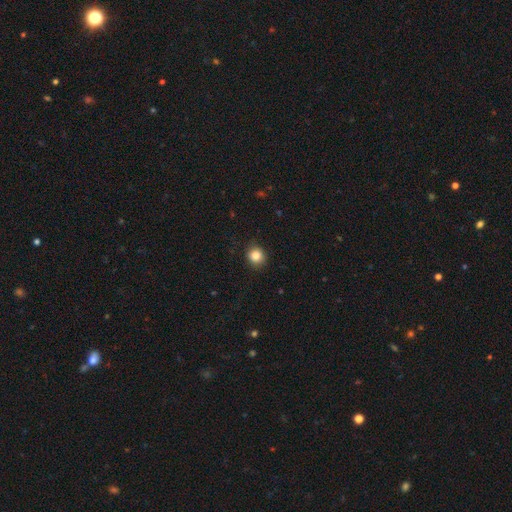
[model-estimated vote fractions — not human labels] smooth-or-featured: smooth: 85% | star or artifact: 10% | featured or disk: 4%
  how-rounded: round: 86% | in between: 14% | cigar-shaped: 1%
  merging: none: 89% | minor disturbance: 8% | major disturbance: 2% | merger: 1%